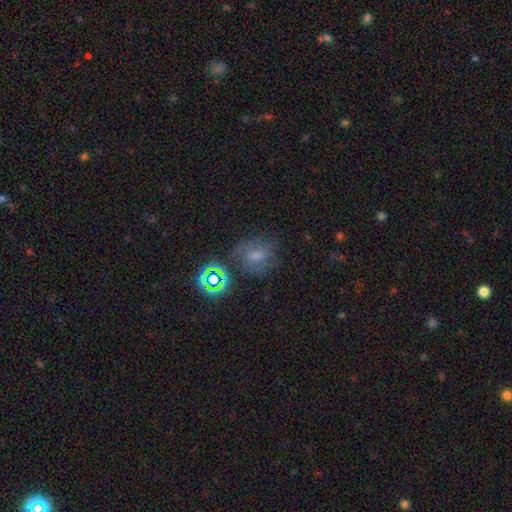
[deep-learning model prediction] smooth 44%, featured or disk 30%, star or artifact 26%. Down the decision tree: merging — none (60%).